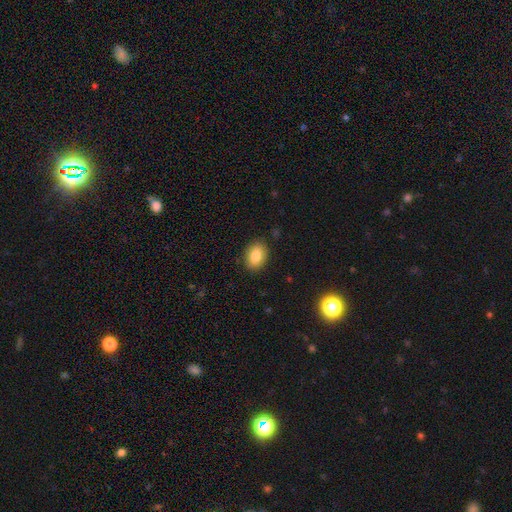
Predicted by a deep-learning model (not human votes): This appears to be a smooth galaxy with no disk features (85%) that is in between round and cigar-shaped (79%). Merging: none (86%).